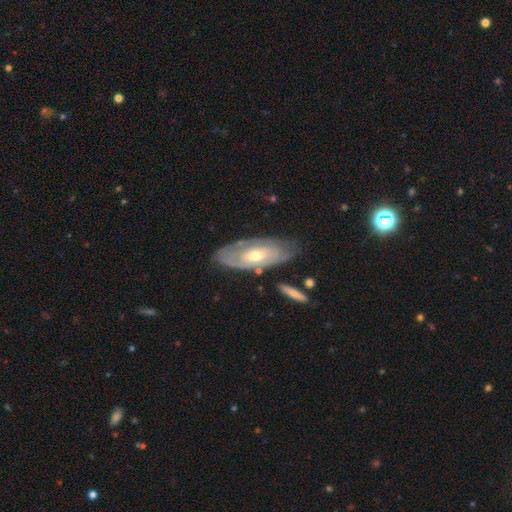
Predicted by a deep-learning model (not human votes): Overall: featured or disk (68%). Edge-on disk: no (86%). Bar: no (73%). Spiral arms: yes (63%; no 37%). Bulge size: moderate (58%; small 36%). Merging: none (67%).